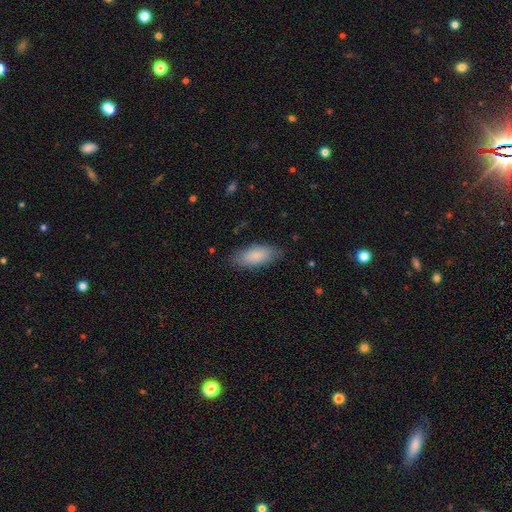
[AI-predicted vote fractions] smooth-or-featured: smooth: 85% | featured or disk: 9% | star or artifact: 6%
  how-rounded: in between: 85% | cigar-shaped: 13% | round: 2%
  merging: none: 83% | minor disturbance: 13% | major disturbance: 3% | merger: 1%